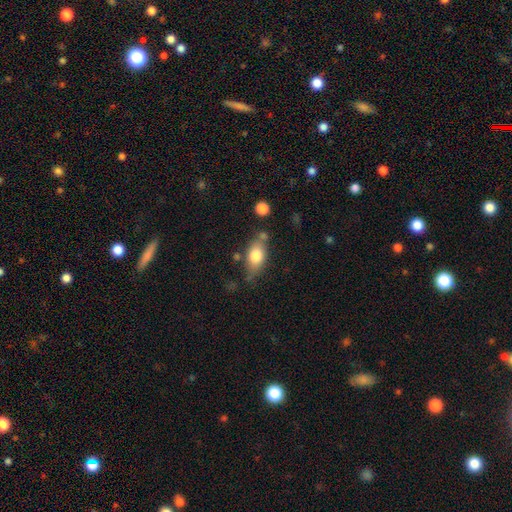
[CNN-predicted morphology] Q: Smooth or featured?
A: smooth (74%); runner-up: featured or disk (19%)
Q: How rounded?
A: in between (83%); runner-up: round (9%)
Q: Merging?
A: none (61%); runner-up: minor disturbance (22%)